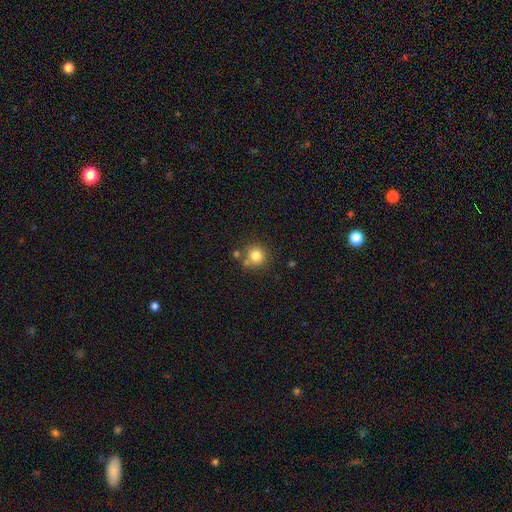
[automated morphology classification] The model was most divided on "merging": none: 72%, merger: 13%, minor disturbance: 11%, major disturbance: 4%. More confident: how rounded — round (92%); smooth or featured — smooth (81%).